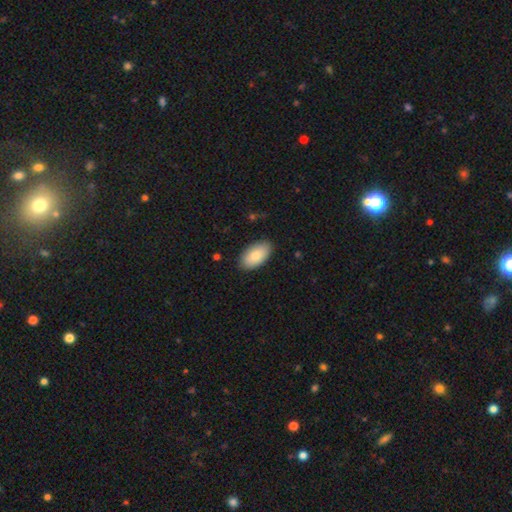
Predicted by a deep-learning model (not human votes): This is clearly a smooth galaxy (85%). How rounded: clearly in between (95%). Merging: clearly none (87%).